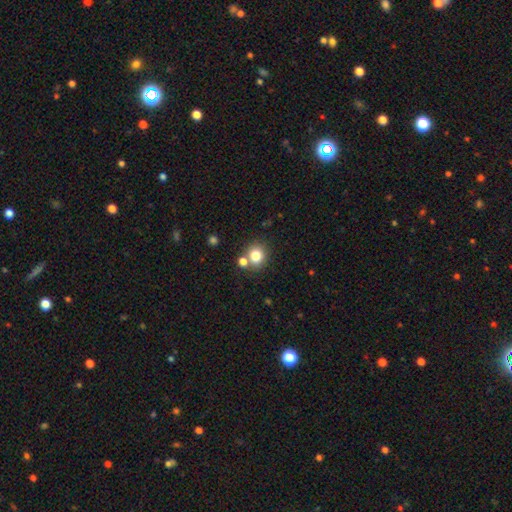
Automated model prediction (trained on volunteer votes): This is likely a smooth galaxy (80%). How rounded: likely round (78%). Merging: likely none (68%).